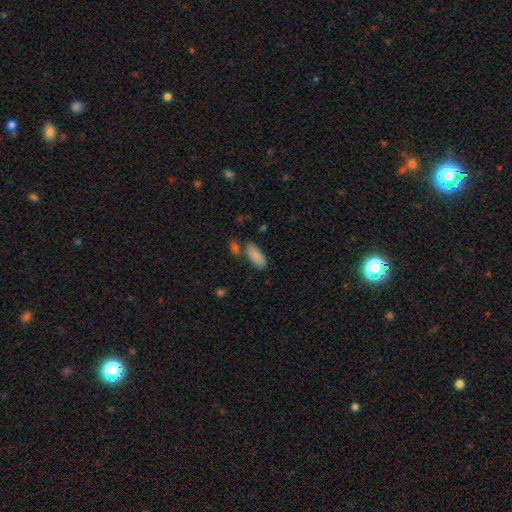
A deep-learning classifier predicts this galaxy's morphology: Smooth or featured? smooth (86%)
How rounded? in between (87%)
Merging? none (69%)